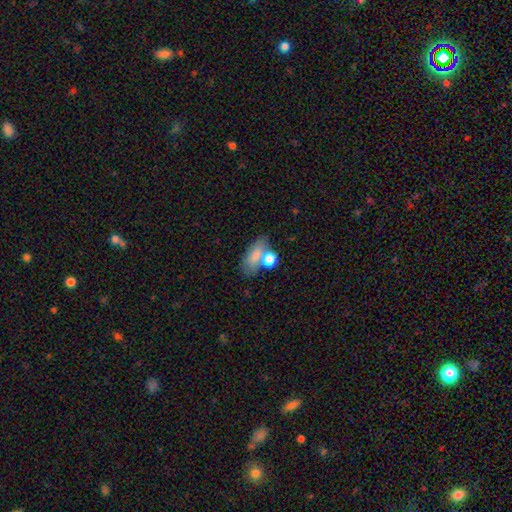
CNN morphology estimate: This appears to be a smooth galaxy with no disk features (75%) that is in between round and cigar-shaped (77%). Merging: none (41%).